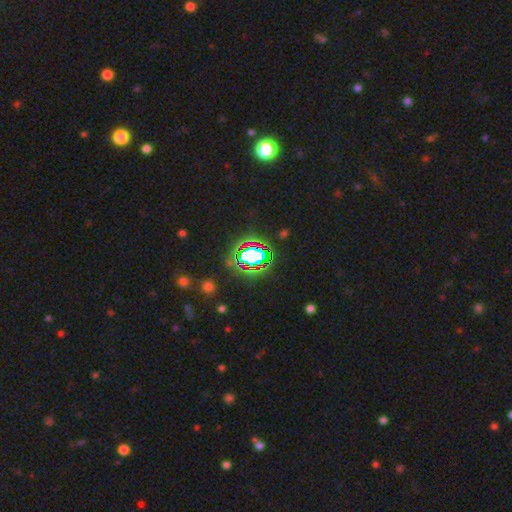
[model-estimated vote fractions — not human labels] Morphology: type=star or artifact (71%).